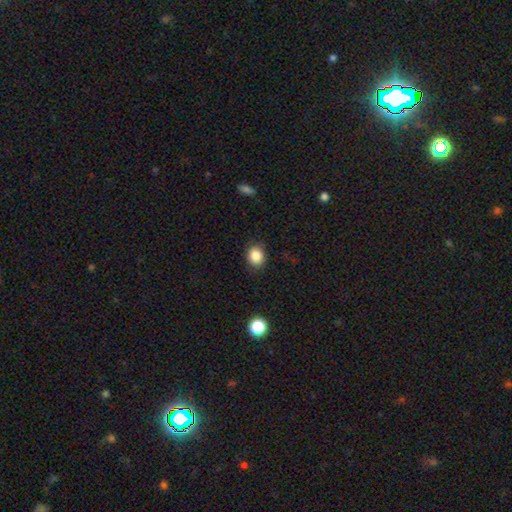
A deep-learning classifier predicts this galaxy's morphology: smooth_or_featured: smooth (p=0.86) [alt: star or artifact p=0.10]
how_rounded: round (p=0.68) [alt: in between p=0.31]
merging: none (p=0.84) [alt: minor disturbance p=0.12]